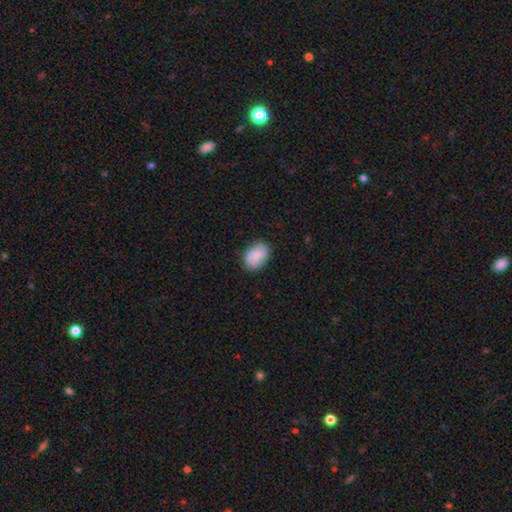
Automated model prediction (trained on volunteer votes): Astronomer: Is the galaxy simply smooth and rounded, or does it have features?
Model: smooth — 75%.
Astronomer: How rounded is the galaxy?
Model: in between — 71%.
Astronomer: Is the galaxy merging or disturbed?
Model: none — 79%.